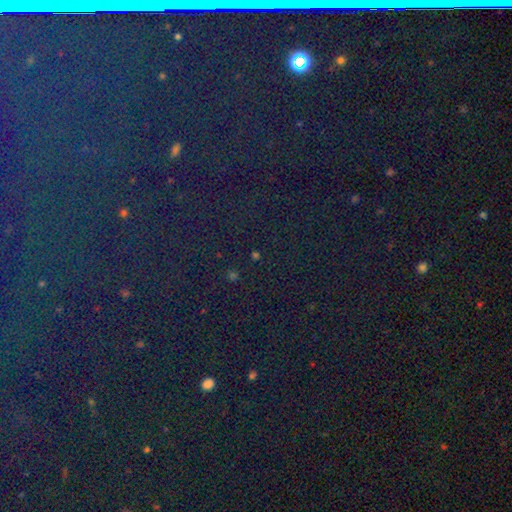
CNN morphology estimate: The model was most divided on "smooth or featured": star or artifact: 69%, smooth: 23%, featured or disk: 8%.